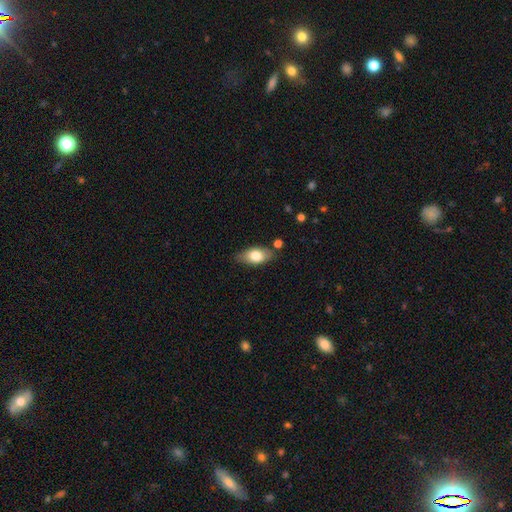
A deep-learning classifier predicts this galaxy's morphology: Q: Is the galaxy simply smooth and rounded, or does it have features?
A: smooth — 76%.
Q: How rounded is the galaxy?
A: in between — 89%.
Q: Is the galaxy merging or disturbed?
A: none — 75%.